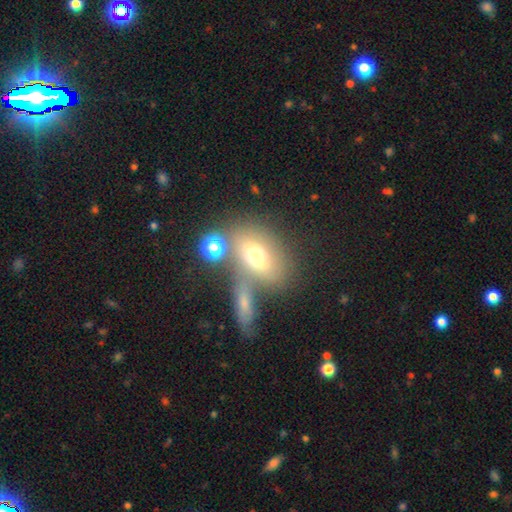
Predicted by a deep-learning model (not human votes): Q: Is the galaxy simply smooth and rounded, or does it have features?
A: smooth — 65%.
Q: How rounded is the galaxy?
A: in between — 75%.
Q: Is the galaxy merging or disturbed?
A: none — 51%.